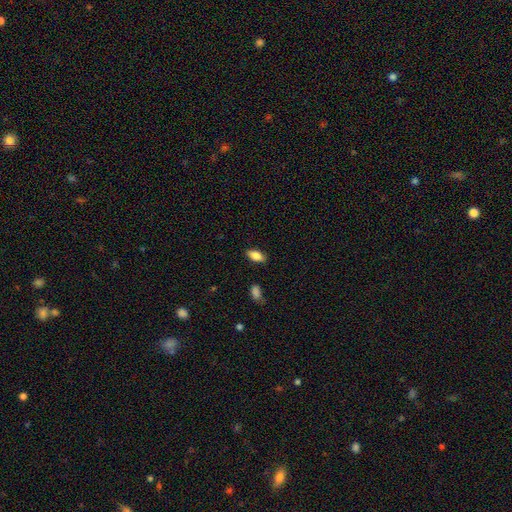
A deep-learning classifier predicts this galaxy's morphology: Q: Smooth or featured?
A: smooth (81%); runner-up: featured or disk (12%)
Q: How rounded?
A: in between (88%); runner-up: cigar-shaped (9%)
Q: Merging?
A: none (86%); runner-up: minor disturbance (11%)